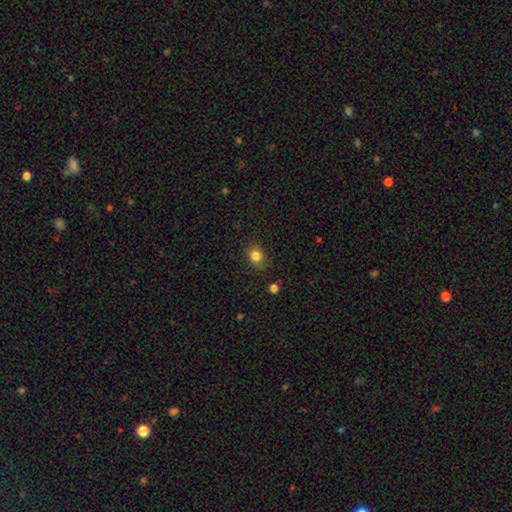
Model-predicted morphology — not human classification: Smooth or featured: smooth — 83% (star or artifact — 12%)
How rounded: round — 66% (in between — 33%)
Merging: none — 87% (minor disturbance — 9%)